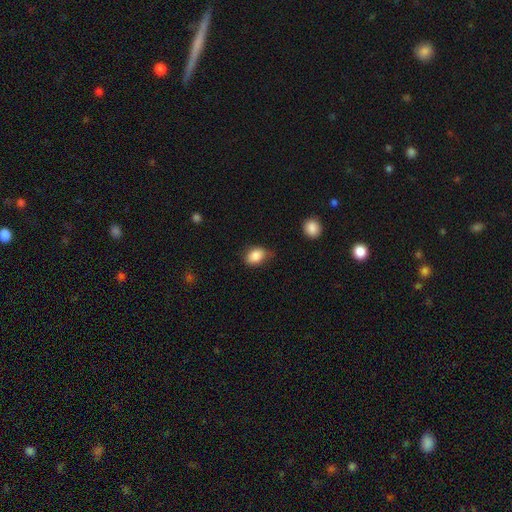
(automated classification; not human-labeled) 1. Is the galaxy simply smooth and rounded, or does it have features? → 86% smooth, 8% star or artifact, 6% featured or disk.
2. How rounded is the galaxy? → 75% in between, 24% round, 1% cigar-shaped.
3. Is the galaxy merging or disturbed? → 64% none, 29% minor disturbance, 6% major disturbance, 2% merger.